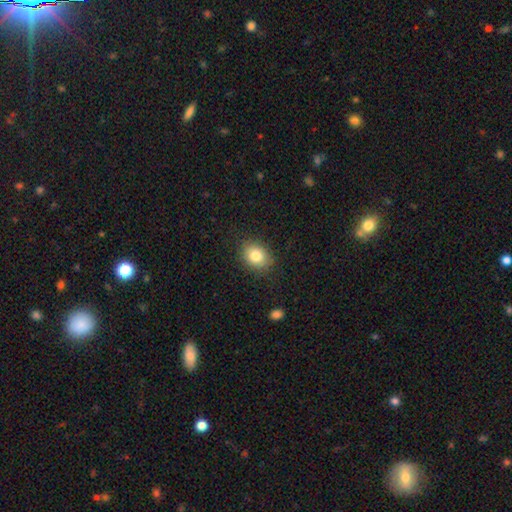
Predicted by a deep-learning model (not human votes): smooth_or_featured: smooth (p=0.82) [alt: star or artifact p=0.09]
how_rounded: in between (p=0.57) [alt: round p=0.42]
merging: none (p=0.85) [alt: minor disturbance p=0.11]